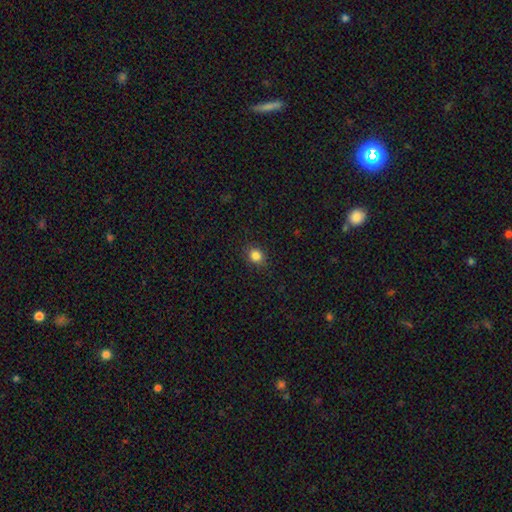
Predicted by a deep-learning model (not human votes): Overall: smooth (84%). How rounded: round (73%). Merging: none (88%).